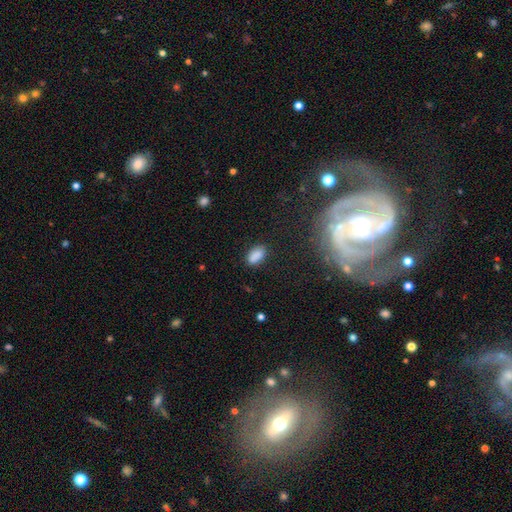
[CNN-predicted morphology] A smooth galaxy with no disk features (86%) that is in between round and cigar-shaped (92%). Merging: none (82%).